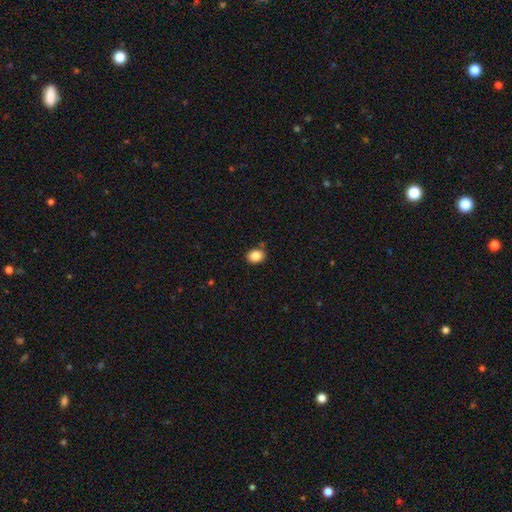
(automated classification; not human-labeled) This is clearly a smooth galaxy (87%). How rounded: possibly in between (56%). Merging: clearly none (83%).